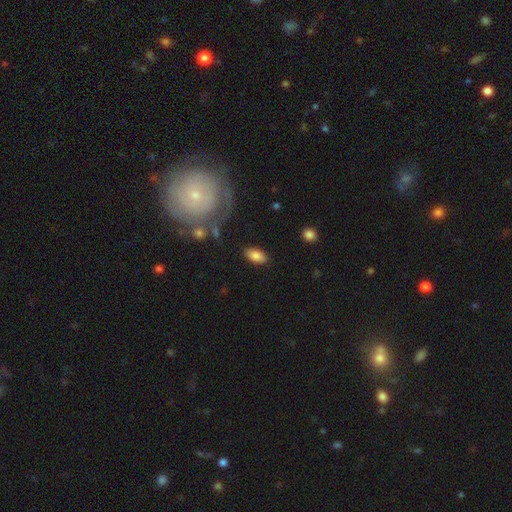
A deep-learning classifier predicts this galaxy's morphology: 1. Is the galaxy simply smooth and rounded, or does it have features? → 82% smooth, 11% featured or disk, 7% star or artifact.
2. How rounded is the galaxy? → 93% in between, 4% cigar-shaped, 4% round.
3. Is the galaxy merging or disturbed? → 84% none, 11% minor disturbance, 3% major disturbance, 2% merger.